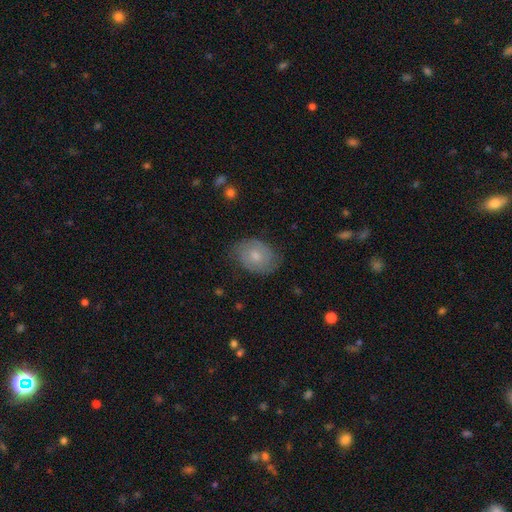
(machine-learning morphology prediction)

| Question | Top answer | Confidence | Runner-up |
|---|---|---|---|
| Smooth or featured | smooth | 49% | featured or disk (43%) |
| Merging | none | 73% | minor disturbance (20%) |